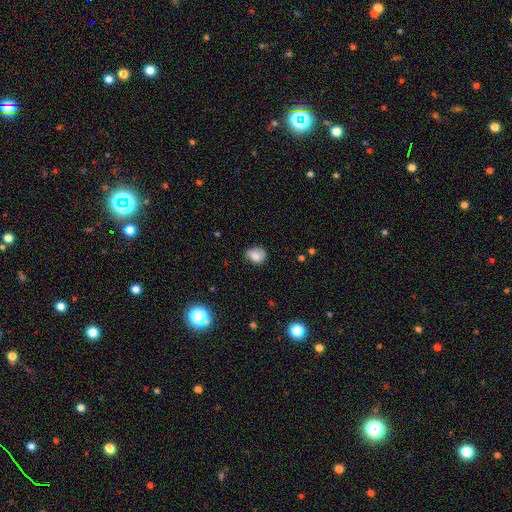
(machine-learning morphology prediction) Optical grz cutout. It shows a smooth galaxy with no disk features (79%) that is in between round and cigar-shaped (52%). Merging: none (64%).